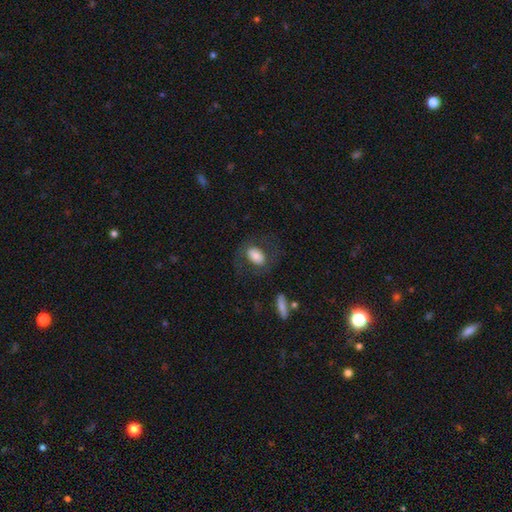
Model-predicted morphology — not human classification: smooth-or-featured: smooth: 70% | featured or disk: 22% | star or artifact: 7%
  how-rounded: in between: 81% | round: 17% | cigar-shaped: 2%
  merging: none: 68% | major disturbance: 16% | minor disturbance: 14% | merger: 2%